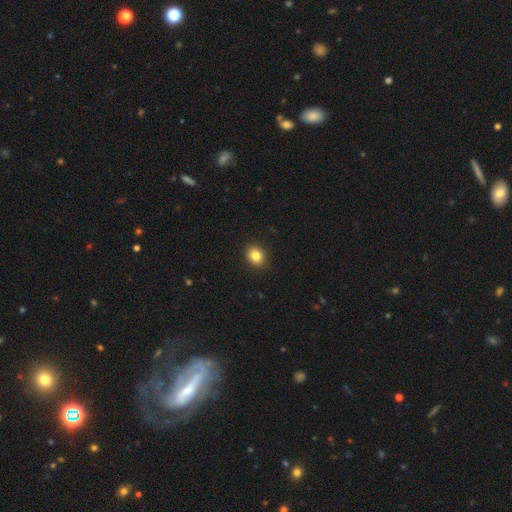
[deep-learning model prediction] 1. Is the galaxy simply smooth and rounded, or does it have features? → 84% smooth, 10% star or artifact, 6% featured or disk.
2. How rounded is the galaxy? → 60% round, 40% in between, 1% cigar-shaped.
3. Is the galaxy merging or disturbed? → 91% none, 6% minor disturbance, 2% major disturbance, 1% merger.